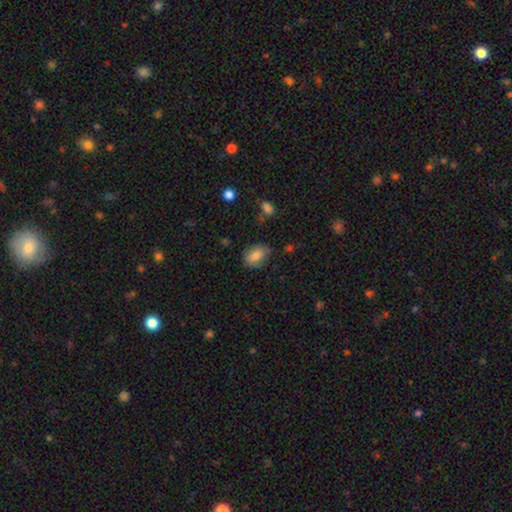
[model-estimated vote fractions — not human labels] The model was most divided on "merging": none: 67%, minor disturbance: 25%, major disturbance: 6%, merger: 2%. More confident: how rounded — in between (81%); smooth or featured — smooth (76%).